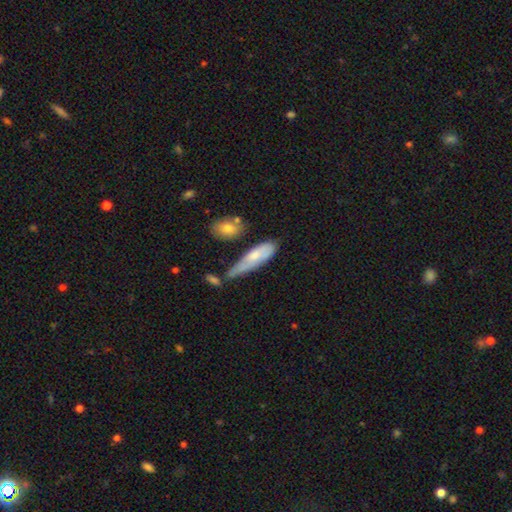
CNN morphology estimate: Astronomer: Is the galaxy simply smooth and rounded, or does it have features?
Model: smooth — 64%.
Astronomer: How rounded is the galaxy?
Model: cigar-shaped — 56% (runner-up: in between, 42%).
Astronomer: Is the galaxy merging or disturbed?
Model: minor disturbance — 35% (runner-up: none, 34%).